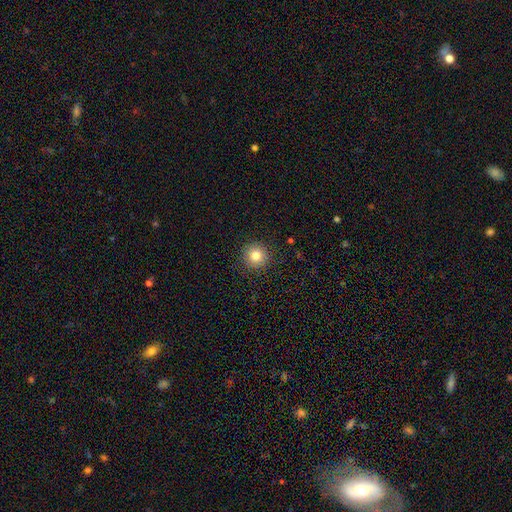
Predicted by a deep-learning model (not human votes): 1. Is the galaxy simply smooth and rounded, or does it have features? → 81% smooth, 11% star or artifact, 8% featured or disk.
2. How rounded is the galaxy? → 95% round, 4% in between, 1% cigar-shaped.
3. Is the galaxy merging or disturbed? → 91% none, 6% minor disturbance, 2% major disturbance, 1% merger.